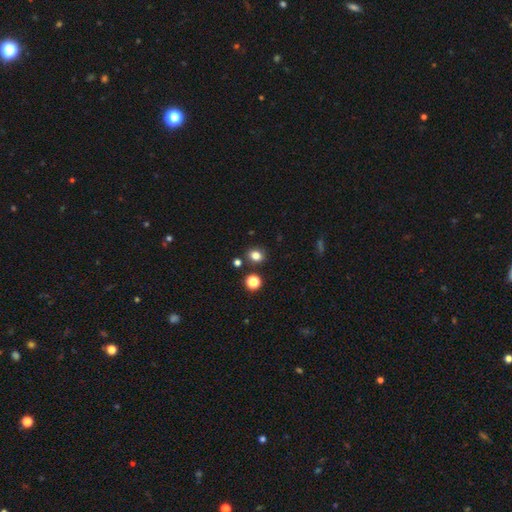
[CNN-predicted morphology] Smooth or featured: smooth — 80% (star or artifact — 15%)
How rounded: round — 70% (in between — 29%)
Merging: none — 84% (minor disturbance — 8%)